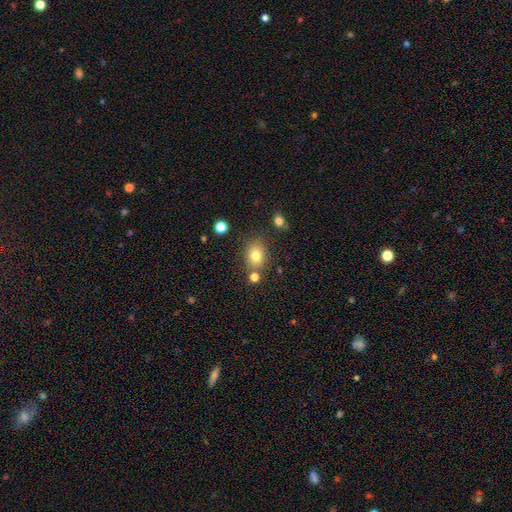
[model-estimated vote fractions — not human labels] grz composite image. It shows a smooth galaxy with no disk features (79%) that is round (53%). Merging: none (76%).